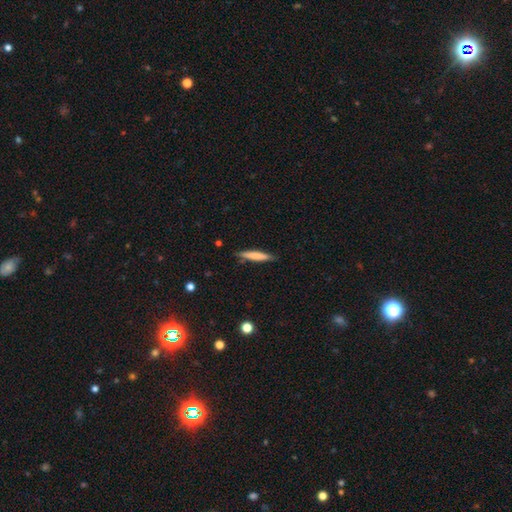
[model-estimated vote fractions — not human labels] This appears to be a smooth galaxy with no disk features (73%) that is cigar-shaped (92%). Merging: none (85%).